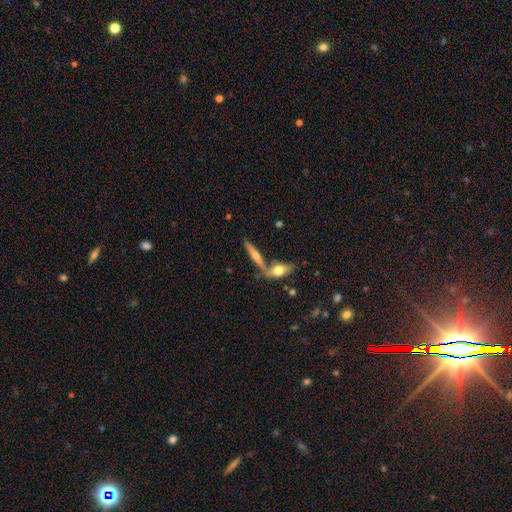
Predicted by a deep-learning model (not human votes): Smooth or featured?
  - featured or disk: 56% *
  - smooth: 37%
  - star or artifact: 7%
Edge-on disk?
  - yes: 93% *
  - no: 7%
Edge-on bulge?
  - rounded: 87% *
  - none: 8%
  - boxy: 5%
Merging?
  - none: 61% *
  - merger: 27%
  - minor disturbance: 9%
  - major disturbance: 3%